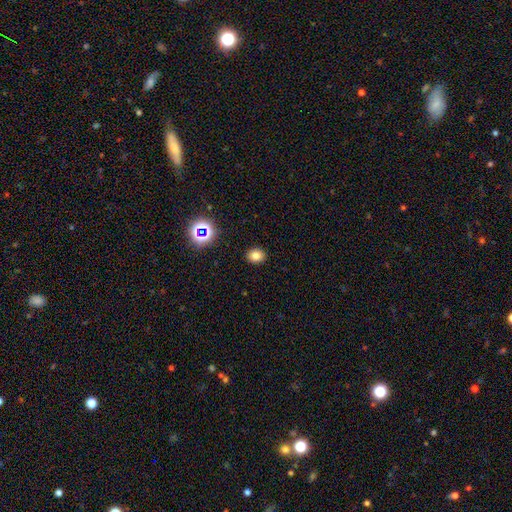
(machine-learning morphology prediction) smooth 77%, star or artifact 16%, featured or disk 7%. Down the decision tree: how rounded — round (56%); merging — none (90%).